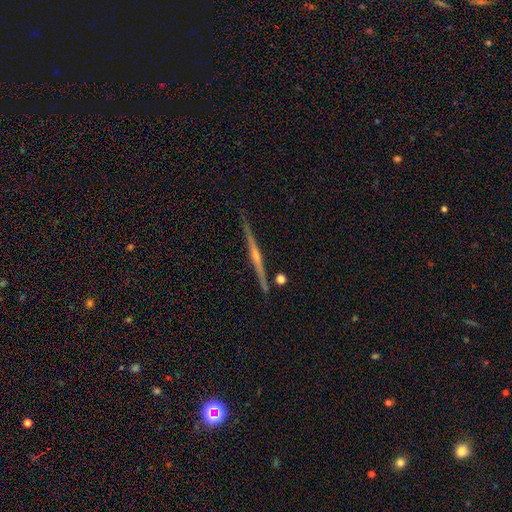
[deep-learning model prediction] Q: Smooth or featured?
A: featured or disk (80%); runner-up: smooth (13%)
Q: Edge-on disk?
A: yes (98%); runner-up: no (2%)
Q: Edge-on bulge?
A: rounded (76%); runner-up: none (18%)
Q: Merging?
A: none (86%); runner-up: minor disturbance (10%)